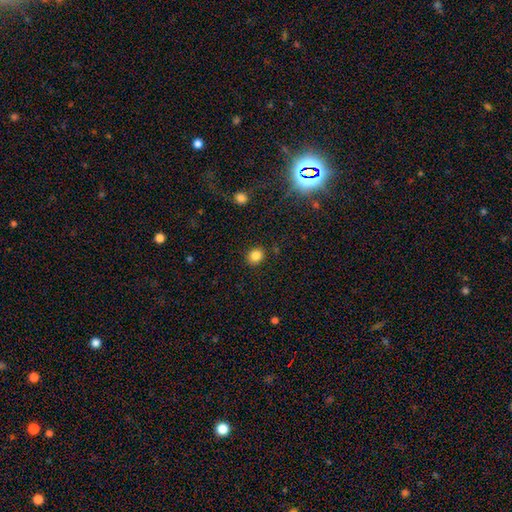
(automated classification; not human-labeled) Morphology: type=smooth (84%); roundness=round (75%); merging=none (88%).